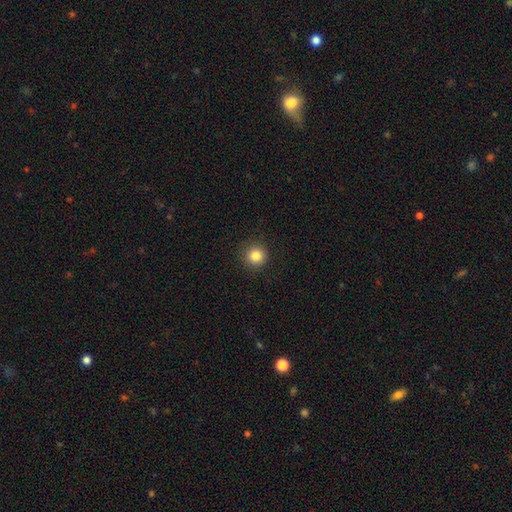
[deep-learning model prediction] smooth_or_featured: smooth (p=0.85) [alt: star or artifact p=0.11]
how_rounded: round (p=0.95) [alt: in between p=0.04]
merging: none (p=0.91) [alt: minor disturbance p=0.06]